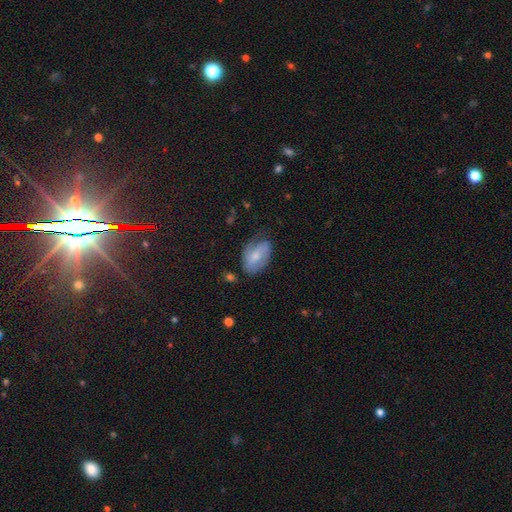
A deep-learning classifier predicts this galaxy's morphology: Overall: smooth (51%; featured or disk 42%). How rounded: in between (88%). Merging: none (49%; minor disturbance 32%).